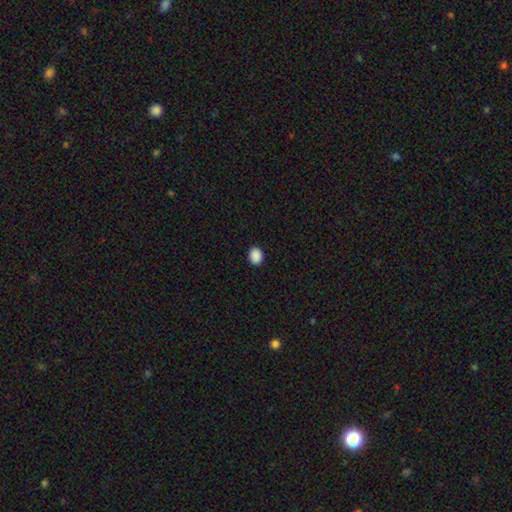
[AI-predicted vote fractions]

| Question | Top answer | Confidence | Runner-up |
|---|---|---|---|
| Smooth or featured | smooth | 90% | star or artifact (8%) |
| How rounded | in between | 58% | round (41%) |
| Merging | none | 91% | minor disturbance (6%) |